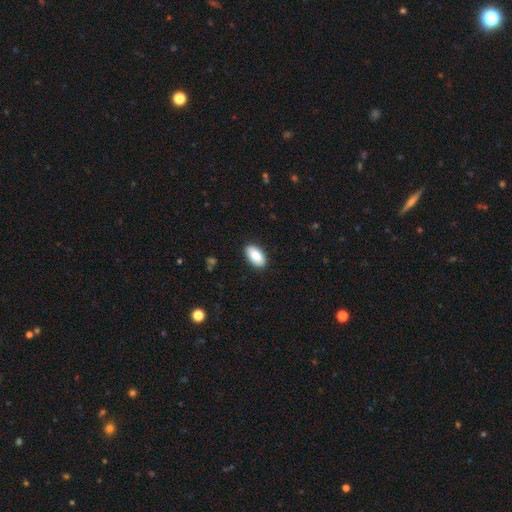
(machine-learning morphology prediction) Smooth or featured? smooth (84%)
How rounded? in between (94%)
Merging? none (89%)